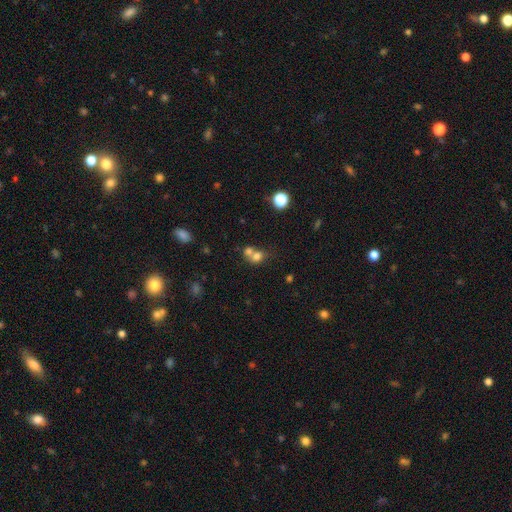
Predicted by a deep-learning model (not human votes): Overall: smooth (72%). How rounded: round (57%; in between 42%). Merging: merger (61%; none 28%).